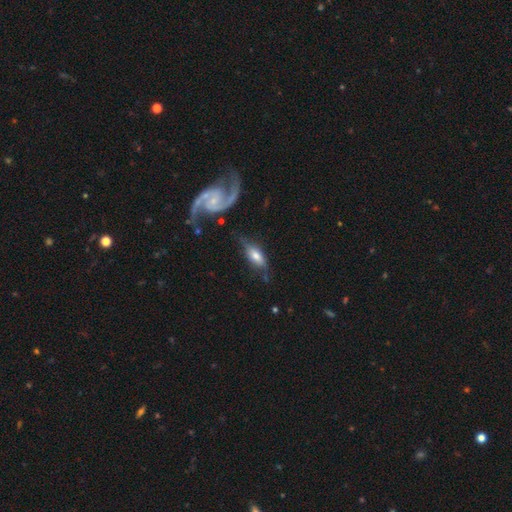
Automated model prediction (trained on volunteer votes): Overall: smooth (50%; featured or disk 43%). How rounded: in between (75%). Merging: none (55%; minor disturbance 26%).